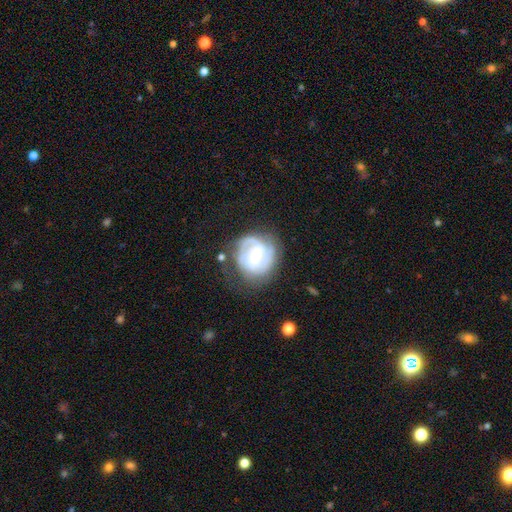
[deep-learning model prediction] Q: Smooth or featured?
A: featured or disk (78%); runner-up: smooth (16%)
Q: Edge-on disk?
A: no (98%); runner-up: yes (2%)
Q: Bar?
A: weak (53%); runner-up: strong (25%)
Q: Spiral arms?
A: yes (88%); runner-up: no (12%)
Q: Spiral winding?
A: tight (52%); runner-up: medium (36%)
Q: Spiral arm count?
A: 2 (45%); runner-up: can't tell (28%)
Q: Bulge size?
A: small (54%); runner-up: moderate (40%)
Q: Merging?
A: none (59%); runner-up: minor disturbance (23%)